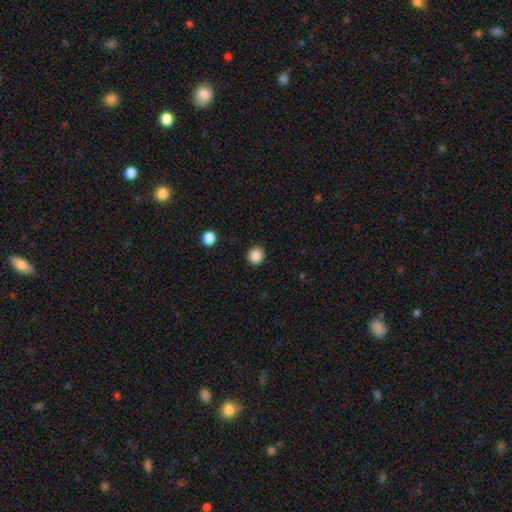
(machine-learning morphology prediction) The model was most divided on "smooth or featured": smooth: 87%, star or artifact: 10%, featured or disk: 3%. More confident: merging — none (91%); how rounded — round (89%).